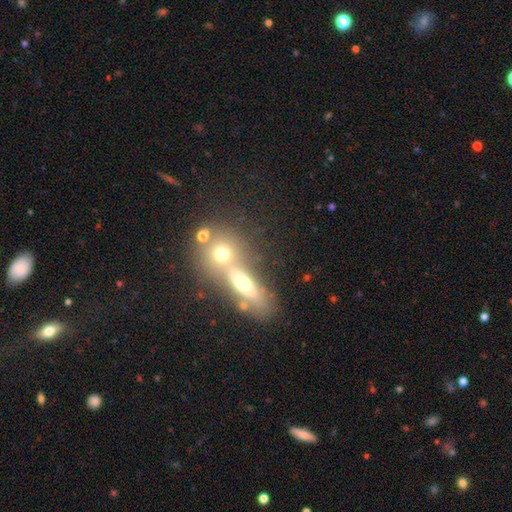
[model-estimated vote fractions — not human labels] Smooth or featured? smooth (42%, tied with featured or disk)
Merging? merger (67%)